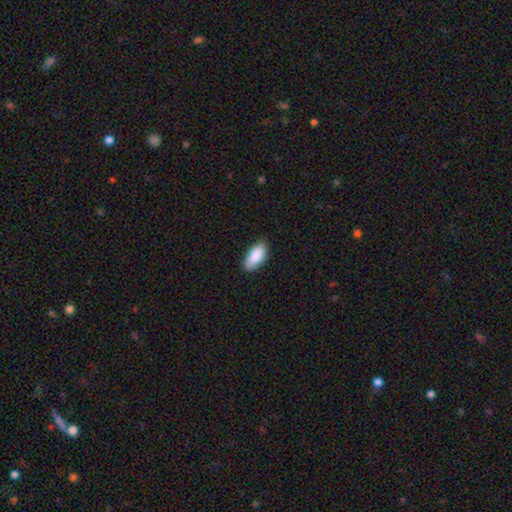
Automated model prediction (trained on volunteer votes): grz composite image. It shows a smooth galaxy with no disk features (88%) that is in between round and cigar-shaped (92%). Merging: none (84%).